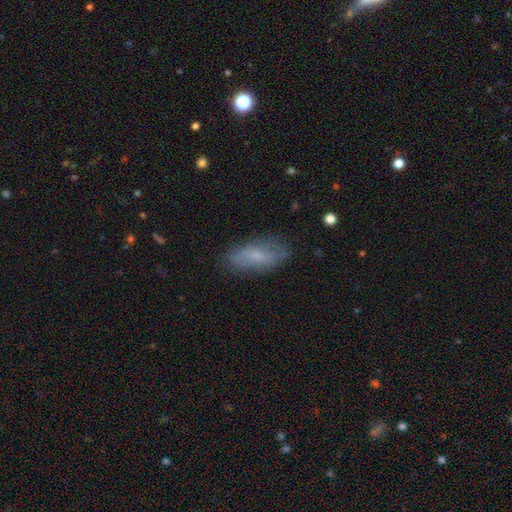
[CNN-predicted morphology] Smooth or featured?
  - smooth: 63% *
  - featured or disk: 29%
  - star or artifact: 8%
How rounded?
  - in between: 77% *
  - cigar-shaped: 20%
  - round: 3%
Merging?
  - none: 76% *
  - minor disturbance: 18%
  - major disturbance: 5%
  - merger: 1%